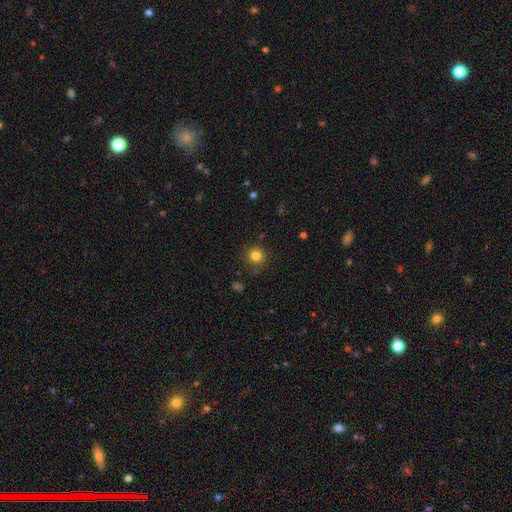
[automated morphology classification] smooth 82%, star or artifact 13%, featured or disk 5%. Down the decision tree: how rounded — round (93%); merging — none (83%).